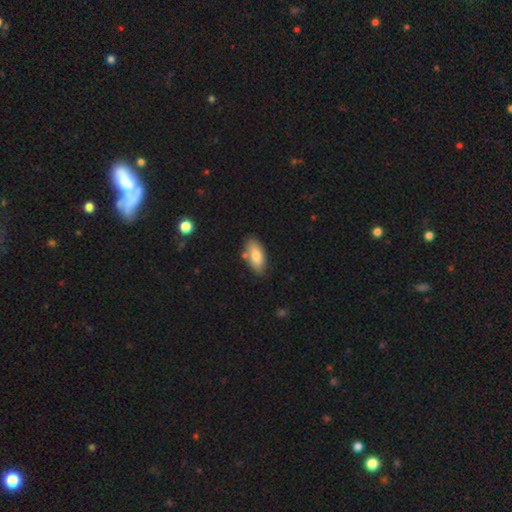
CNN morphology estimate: This is likely a smooth galaxy (79%). How rounded: clearly in between (87%). Merging: likely none (76%).